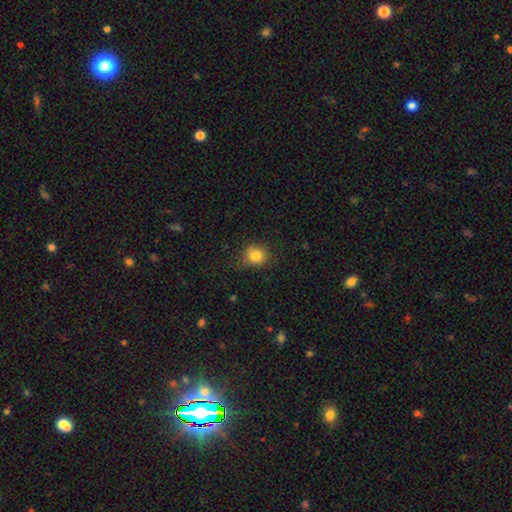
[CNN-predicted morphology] smooth_or_featured: smooth (p=0.82) [alt: star or artifact p=0.11]
how_rounded: round (p=0.80) [alt: in between p=0.19]
merging: none (p=0.79) [alt: minor disturbance p=0.15]